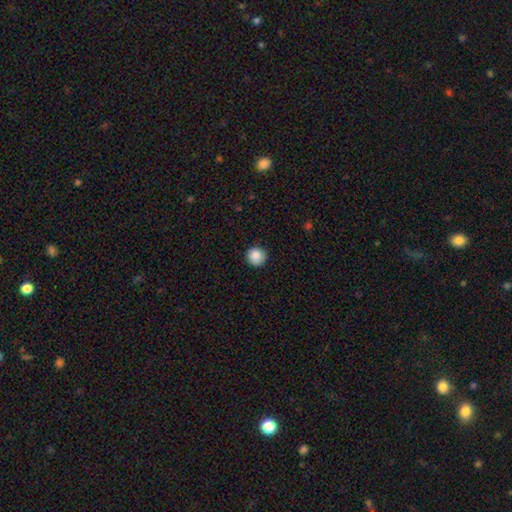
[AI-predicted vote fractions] This is clearly a smooth galaxy (87%). How rounded: clearly round (94%). Merging: clearly none (89%).